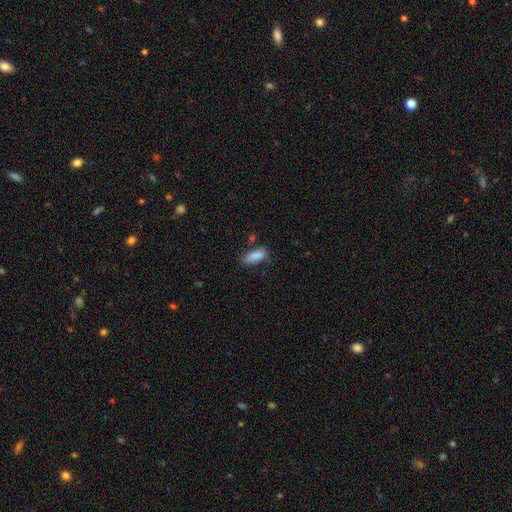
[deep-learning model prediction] smooth_or_featured: smooth (p=0.87) [alt: star or artifact p=0.08]
how_rounded: in between (p=0.72) [alt: cigar-shaped p=0.26]
merging: none (p=0.68) [alt: minor disturbance p=0.22]